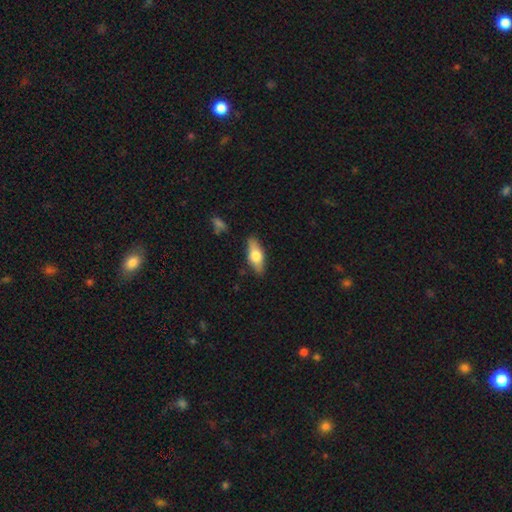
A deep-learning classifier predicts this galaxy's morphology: This appears to be a smooth galaxy with no disk features (59%) that is in between round and cigar-shaped (68%). Merging: none (84%).